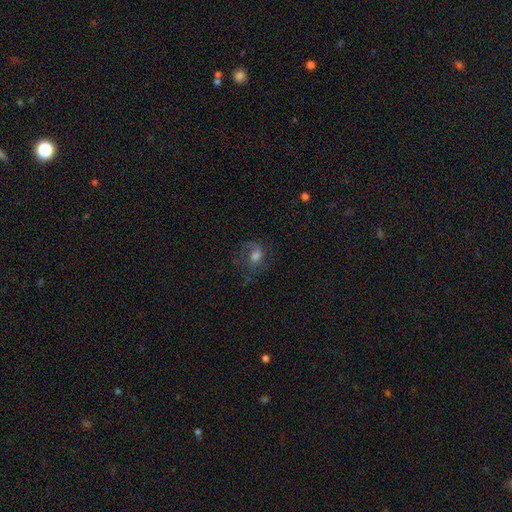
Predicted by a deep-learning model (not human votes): featured or disk 46%, smooth 39%, star or artifact 15%. Down the decision tree: merging — none (54%).